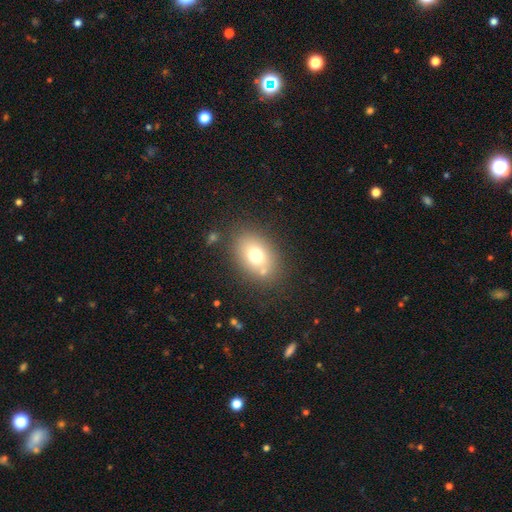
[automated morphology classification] The model was most divided on "how rounded": in between: 75%, round: 24%, cigar-shaped: 1%. More confident: merging — none (75%); smooth or featured — smooth (72%).